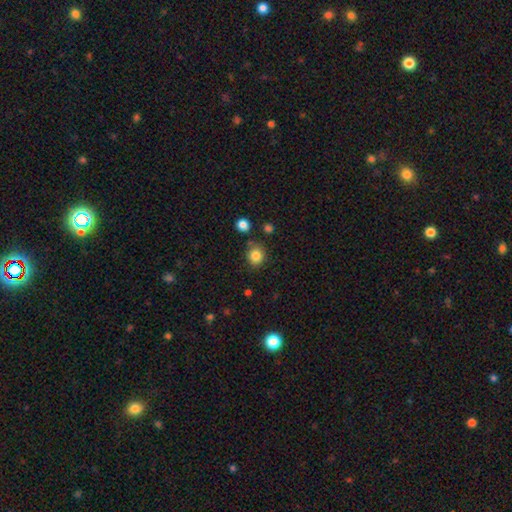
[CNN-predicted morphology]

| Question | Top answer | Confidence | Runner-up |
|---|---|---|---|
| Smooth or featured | smooth | 84% | star or artifact (10%) |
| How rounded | round | 77% | in between (22%) |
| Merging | none | 79% | minor disturbance (13%) |